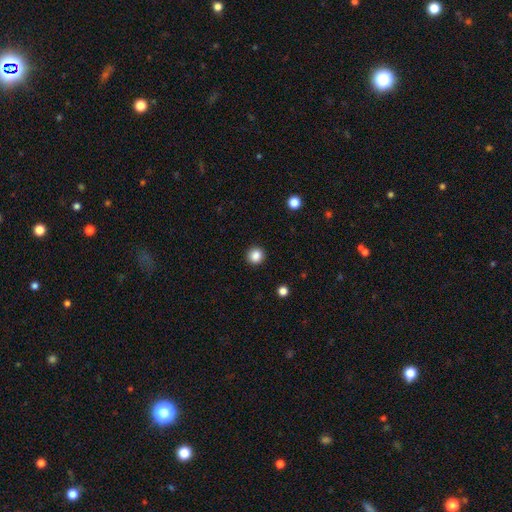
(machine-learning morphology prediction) The model was most divided on "smooth or featured": smooth: 87%, star or artifact: 10%, featured or disk: 3%. More confident: merging — none (92%); how rounded — round (91%).